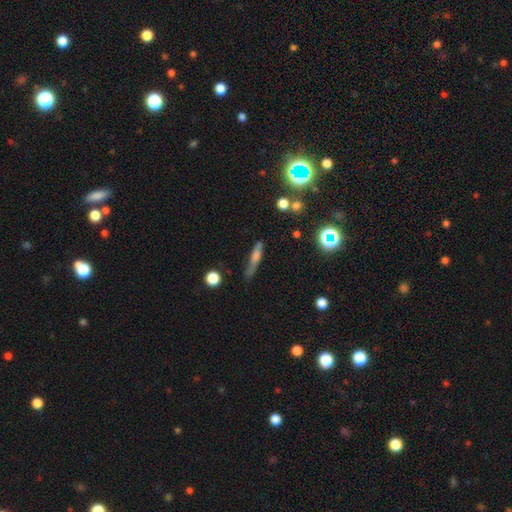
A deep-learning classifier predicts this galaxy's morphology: Overall: smooth (51%; featured or disk 33%). How rounded: cigar-shaped (81%). Merging: none (63%; minor disturbance 25%).